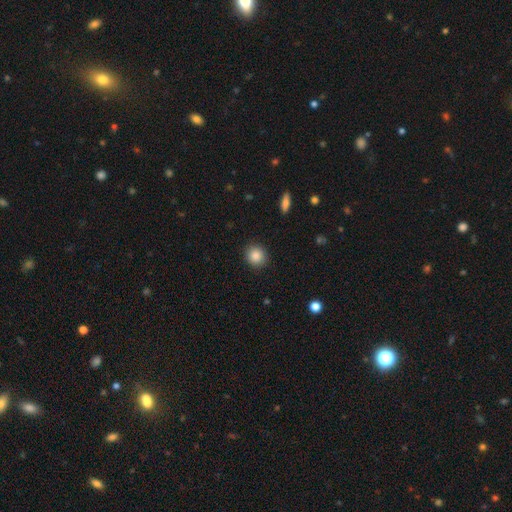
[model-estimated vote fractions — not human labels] Smooth or featured? Predicted: smooth (p=0.87). How rounded? Predicted: round (p=0.86). Merging? Predicted: none (p=0.90).